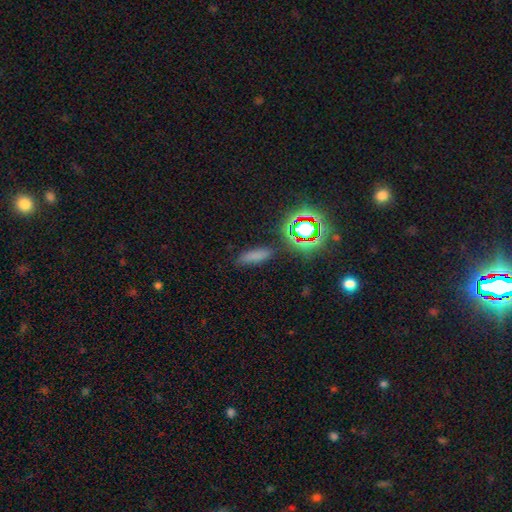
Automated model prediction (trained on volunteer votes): This appears to be a smooth galaxy with no disk features (71%) that is cigar-shaped (54%). Merging: none (83%).